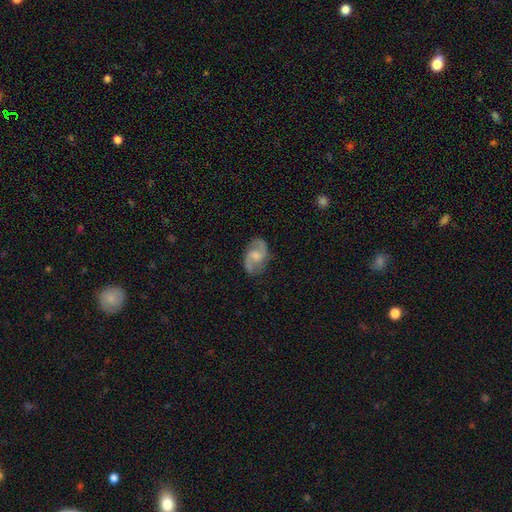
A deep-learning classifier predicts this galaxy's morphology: Smooth or featured?
  - featured or disk: 83% *
  - smooth: 11%
  - star or artifact: 5%
Edge-on disk?
  - no: 98% *
  - yes: 2%
Bar?
  - no: 47% *
  - weak: 46%
  - strong: 7%
Spiral arms?
  - yes: 96% *
  - no: 4%
Spiral winding?
  - medium: 55% *
  - loose: 29%
  - tight: 15%
Spiral arm count?
  - 2: 92% *
  - can't tell: 3%
  - 1: 1%
  - 3: 1%
  - 4: 1%
  - more than 4: 1%
Bulge size?
  - moderate: 45% *
  - small: 35%
  - none: 13%
  - large: 6%
  - dominant: 1%
Merging?
  - none: 81% *
  - minor disturbance: 14%
  - major disturbance: 4%
  - merger: 1%